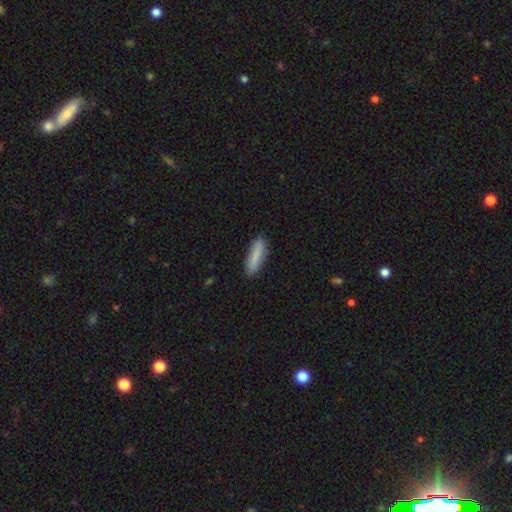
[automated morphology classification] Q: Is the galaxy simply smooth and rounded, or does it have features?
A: smooth — 82%.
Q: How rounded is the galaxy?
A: cigar-shaped — 64%.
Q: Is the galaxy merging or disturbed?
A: none — 84%.